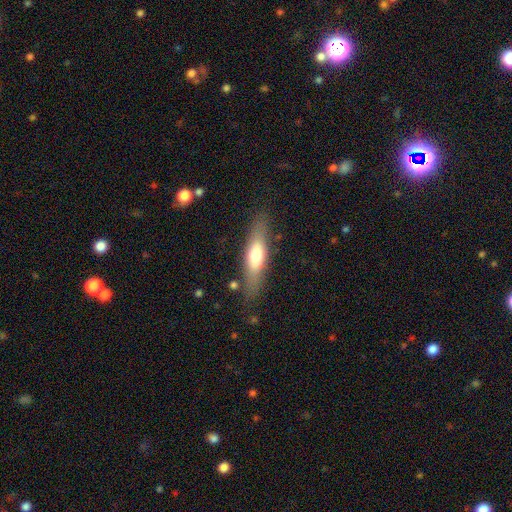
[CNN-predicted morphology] This appears to be a smooth galaxy with no disk features (59%) that is cigar-shaped (57%). Merging: none (80%).